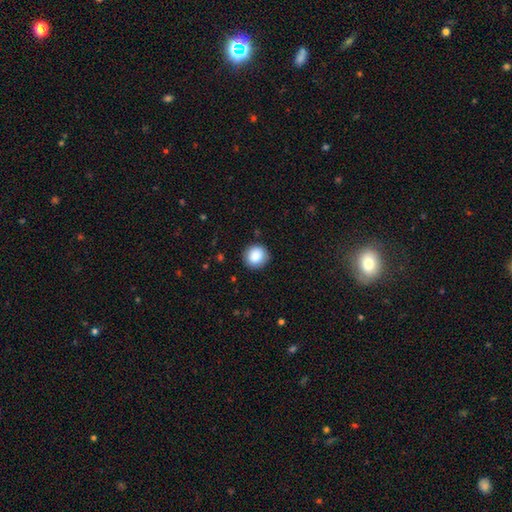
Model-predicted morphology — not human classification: This is clearly a smooth galaxy (88%). How rounded: clearly round (92%). Merging: clearly none (89%).